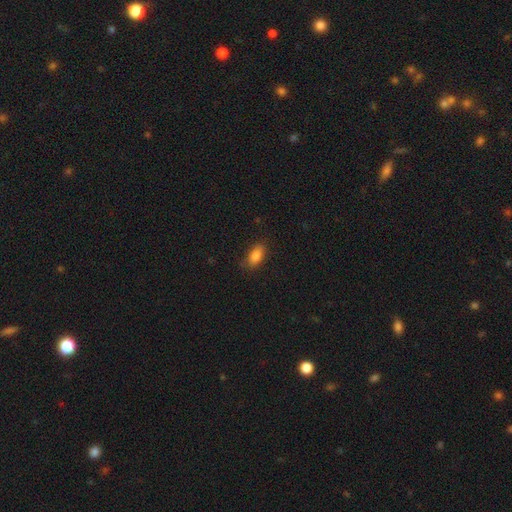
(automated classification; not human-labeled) A smooth galaxy with no disk features (86%) that is in between round and cigar-shaped (90%).

Vote fractions:
- Smooth or featured? smooth: 86% / star or artifact: 9% / featured or disk: 6%
- How rounded? in between: 90% / cigar-shaped: 6% / round: 5%
- Merging? none: 82% / minor disturbance: 14% / major disturbance: 3% / merger: 1%